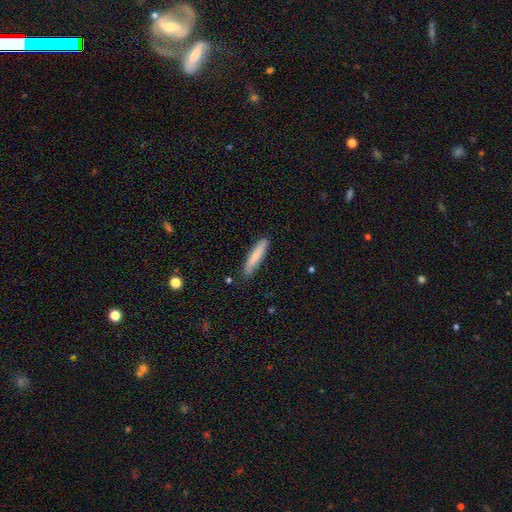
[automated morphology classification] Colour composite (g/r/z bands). It shows a smooth galaxy with no disk features (69%) that is cigar-shaped (84%). Merging: none (85%).